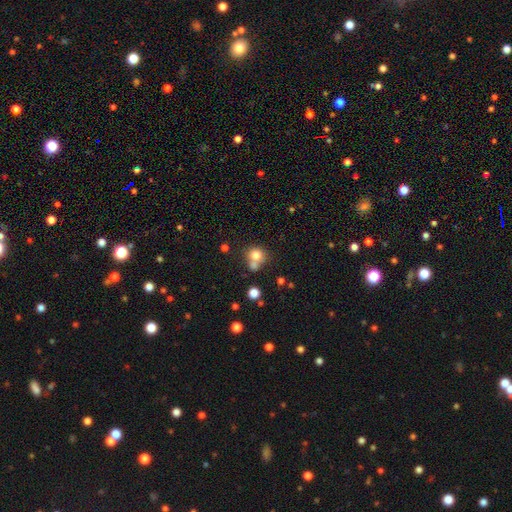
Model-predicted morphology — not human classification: Smooth or featured?
  - smooth: 77% *
  - star or artifact: 12%
  - featured or disk: 11%
How rounded?
  - round: 79% *
  - in between: 20%
  - cigar-shaped: 1%
Merging?
  - none: 45% *
  - merger: 38%
  - minor disturbance: 11%
  - major disturbance: 6%